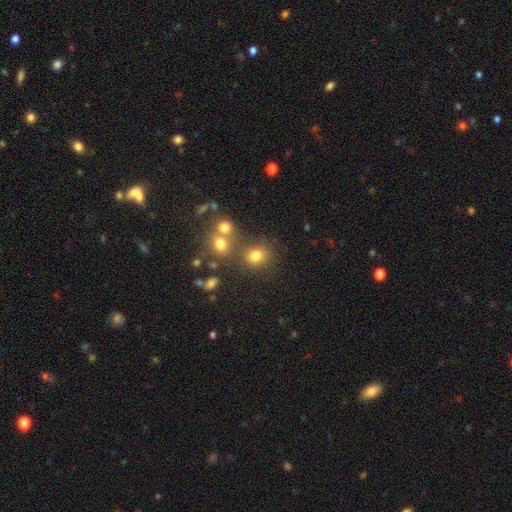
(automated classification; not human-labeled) The model was most divided on "merging": none: 63%, merger: 20%, minor disturbance: 11%, major disturbance: 6%. More confident: smooth or featured — smooth (75%); how rounded — round (74%).